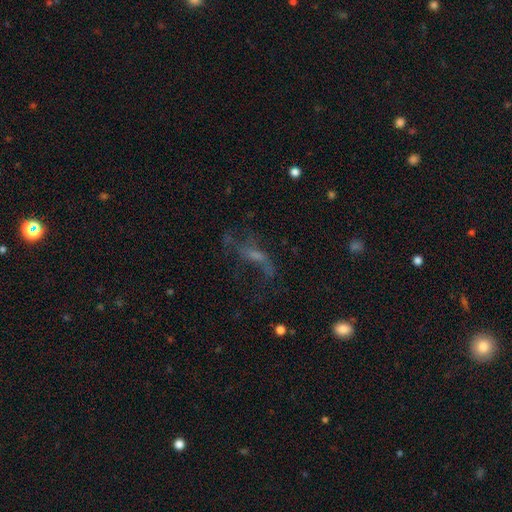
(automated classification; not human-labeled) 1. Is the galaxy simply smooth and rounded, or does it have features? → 53% featured or disk, 26% smooth, 21% star or artifact.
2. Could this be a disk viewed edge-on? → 85% no, 15% yes.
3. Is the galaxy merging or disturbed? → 44% none, 34% major disturbance, 17% minor disturbance, 5% merger.